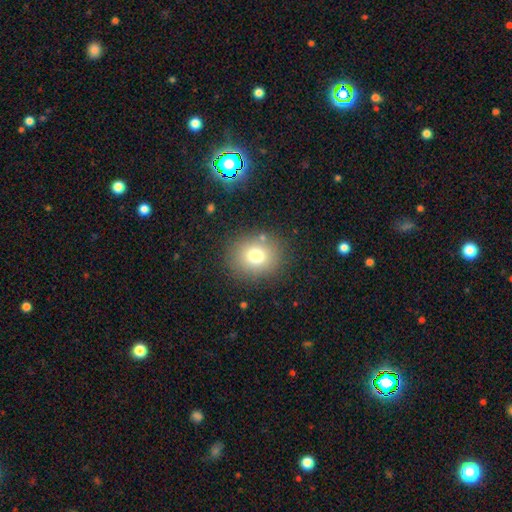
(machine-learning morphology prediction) A smooth galaxy with no disk features (75%) that is round (73%). Merging: none (84%).